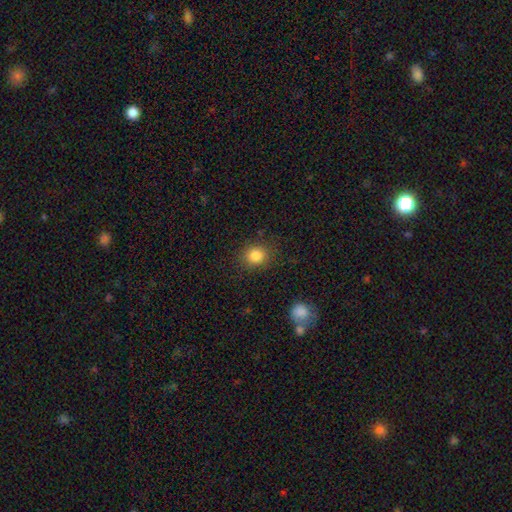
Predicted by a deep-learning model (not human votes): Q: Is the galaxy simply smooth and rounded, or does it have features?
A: smooth — 84%.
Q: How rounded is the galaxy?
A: round — 77%.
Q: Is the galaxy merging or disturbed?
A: none — 86%.